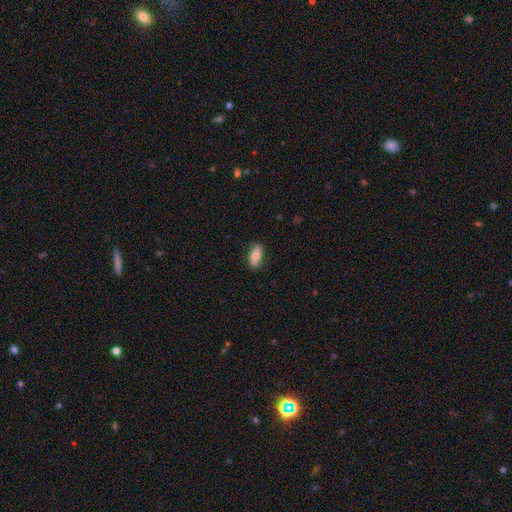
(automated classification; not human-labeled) smooth 73%, featured or disk 21%, star or artifact 6%. Down the decision tree: how rounded — in between (82%); merging — none (84%).